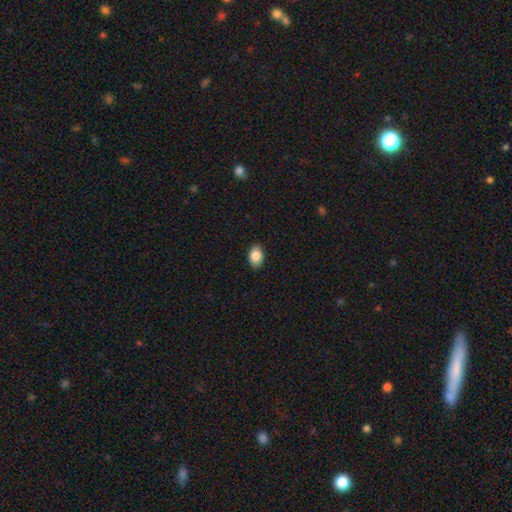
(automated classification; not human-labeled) A smooth galaxy with no disk features (87%) that is in between round and cigar-shaped (86%).

Vote fractions:
- Smooth or featured? smooth: 87% / star or artifact: 8% / featured or disk: 6%
- How rounded? in between: 86% / round: 13% / cigar-shaped: 1%
- Merging? none: 89% / minor disturbance: 8% / major disturbance: 2% / merger: 1%